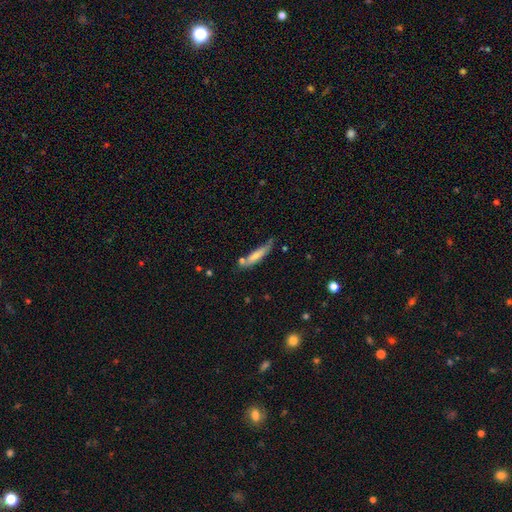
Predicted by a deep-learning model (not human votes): Overall: smooth (70%). How rounded: cigar-shaped (85%). Merging: none (60%; minor disturbance 24%).